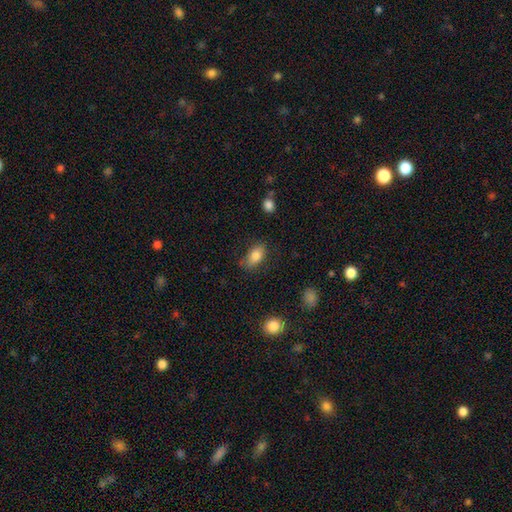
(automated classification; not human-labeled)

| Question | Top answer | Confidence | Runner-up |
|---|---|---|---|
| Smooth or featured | smooth | 81% | featured or disk (11%) |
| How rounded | in between | 89% | round (7%) |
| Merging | none | 72% | minor disturbance (21%) |